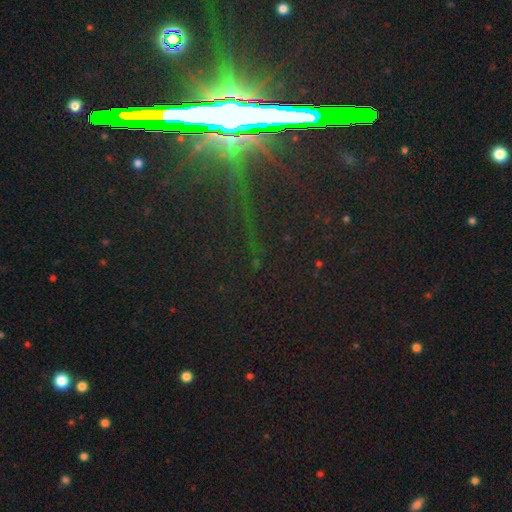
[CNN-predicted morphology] smooth_or_featured: star or artifact (p=0.81) [alt: featured or disk p=0.10]